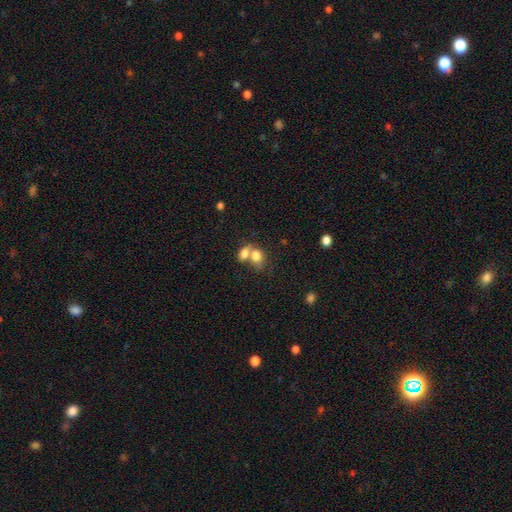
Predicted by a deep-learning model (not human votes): Smooth or featured? smooth (76%)
How rounded? in between (62%)
Merging? merger (64%)